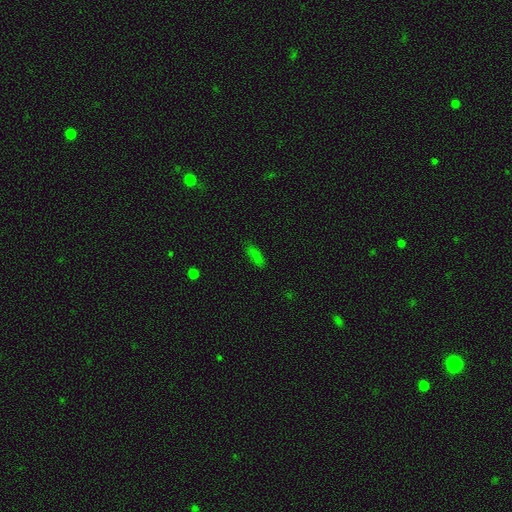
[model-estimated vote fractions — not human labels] smooth 79%, star or artifact 14%, featured or disk 7%. Down the decision tree: how rounded — in between (61%); merging — none (82%).